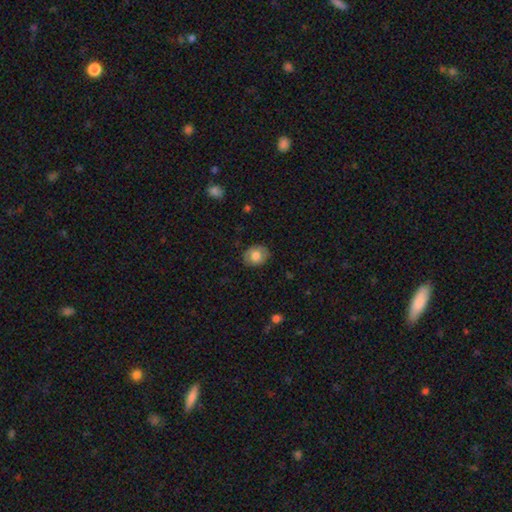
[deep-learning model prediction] This is likely a smooth galaxy (71%). How rounded: possibly round (55%). Merging: clearly none (84%).